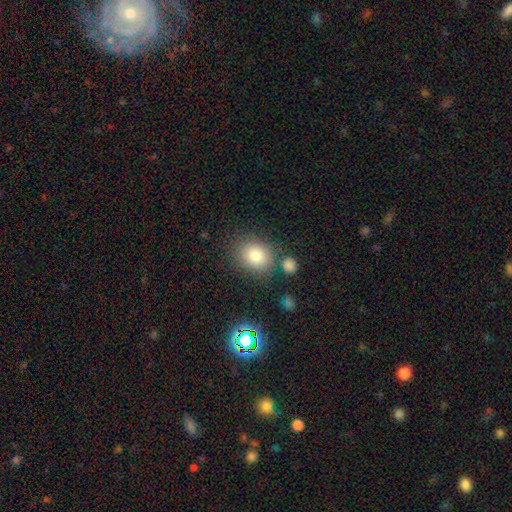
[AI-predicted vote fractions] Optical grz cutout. It shows a smooth galaxy with no disk features (80%) that is round (66%). Merging: none (74%).